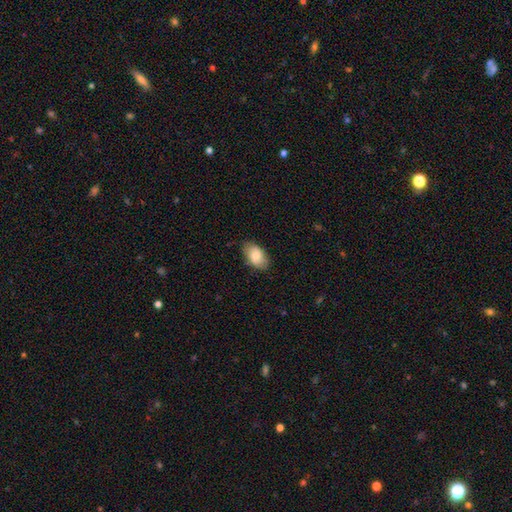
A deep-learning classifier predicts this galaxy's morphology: smooth_or_featured: smooth (p=0.82) [alt: featured or disk p=0.12]
how_rounded: in between (p=0.93) [alt: round p=0.06]
merging: none (p=0.78) [alt: minor disturbance p=0.17]